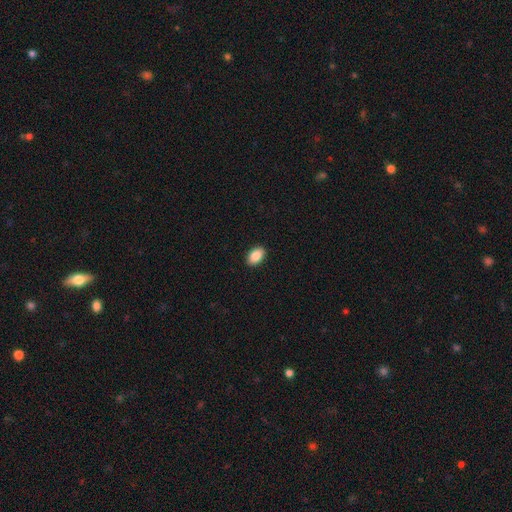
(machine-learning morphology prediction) Smooth or featured?
  - smooth: 89% *
  - star or artifact: 7%
  - featured or disk: 4%
How rounded?
  - in between: 91% *
  - round: 7%
  - cigar-shaped: 1%
Merging?
  - none: 91% *
  - minor disturbance: 6%
  - major disturbance: 2%
  - merger: 1%